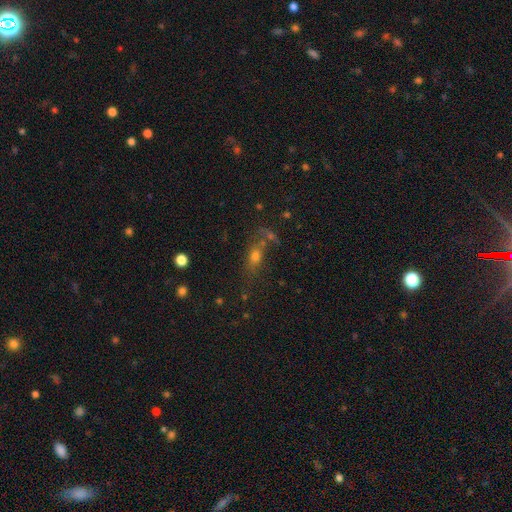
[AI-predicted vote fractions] Smooth or featured?
  - smooth: 63% *
  - star or artifact: 19%
  - featured or disk: 18%
How rounded?
  - in between: 65% *
  - round: 21%
  - cigar-shaped: 14%
Merging?
  - none: 54% *
  - merger: 22%
  - minor disturbance: 15%
  - major disturbance: 9%